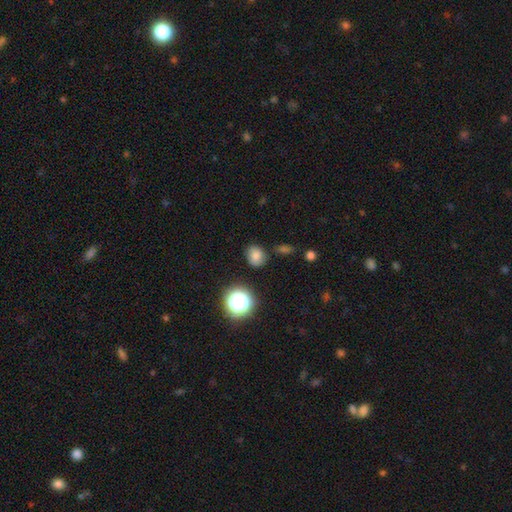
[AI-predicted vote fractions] A smooth galaxy with no disk features (76%) that is round (64%). Merging: none (79%).